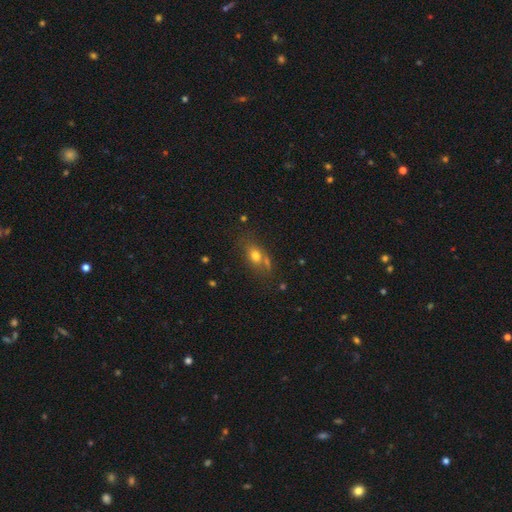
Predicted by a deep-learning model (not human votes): A smooth galaxy with no disk features (72%) that is in between round and cigar-shaped (69%). Merging: none (59%).